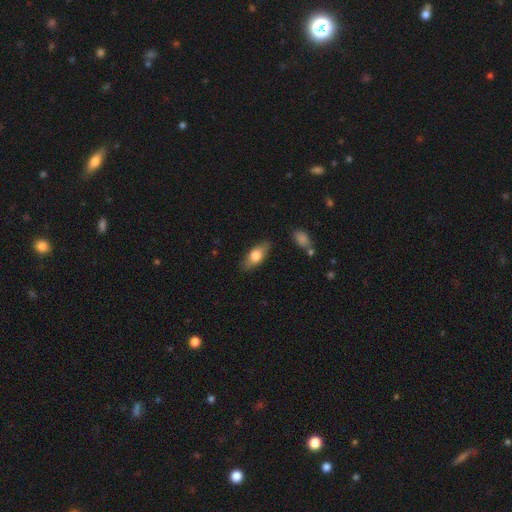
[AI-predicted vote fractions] Morphology: type=smooth (72%); roundness=in between (80%); merging=none (83%).